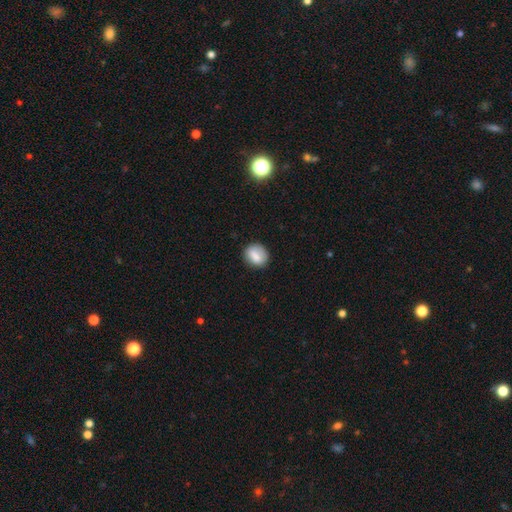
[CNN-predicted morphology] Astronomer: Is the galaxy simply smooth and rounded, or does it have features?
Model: smooth — 80%.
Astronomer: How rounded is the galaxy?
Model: round — 55% (runner-up: in between, 43%).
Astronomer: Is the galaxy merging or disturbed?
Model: none — 80%.